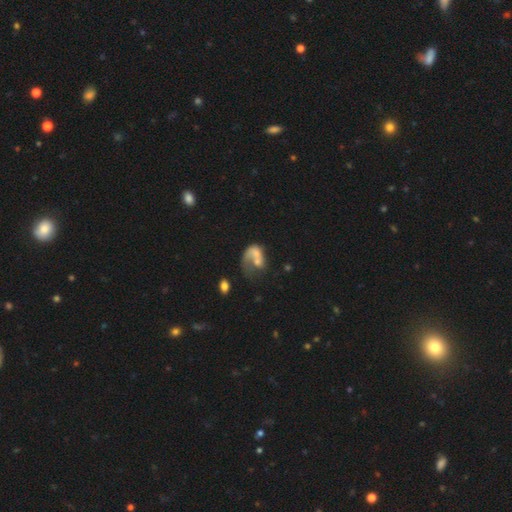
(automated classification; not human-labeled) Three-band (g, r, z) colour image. It shows a featured or disk galaxy (48%). Merging: major disturbance (41%).